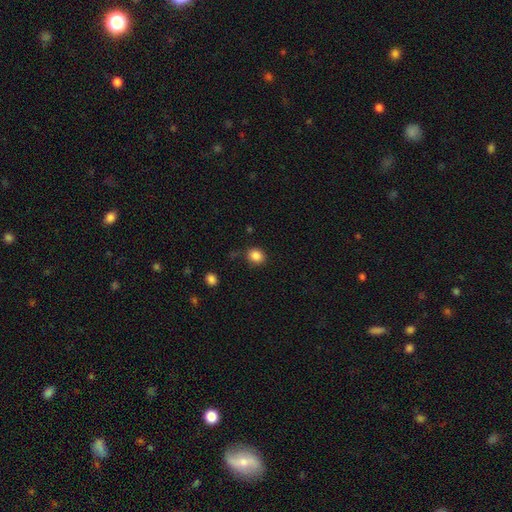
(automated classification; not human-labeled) This appears to be a smooth galaxy with no disk features (86%) that is round (63%). Merging: none (82%).